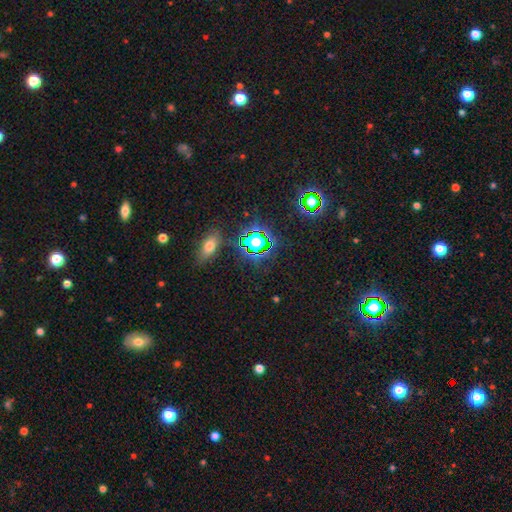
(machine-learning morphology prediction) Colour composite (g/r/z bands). It shows a star or artifact, not a galaxy (62%).